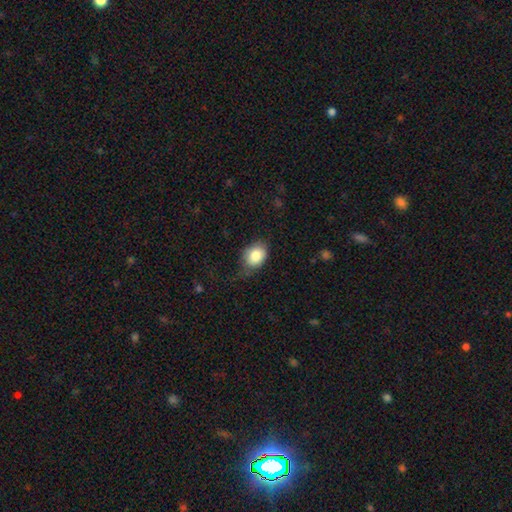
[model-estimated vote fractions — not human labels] Q: Smooth or featured?
A: smooth (84%); runner-up: featured or disk (8%)
Q: How rounded?
A: in between (66%); runner-up: round (33%)
Q: Merging?
A: none (58%); runner-up: minor disturbance (31%)